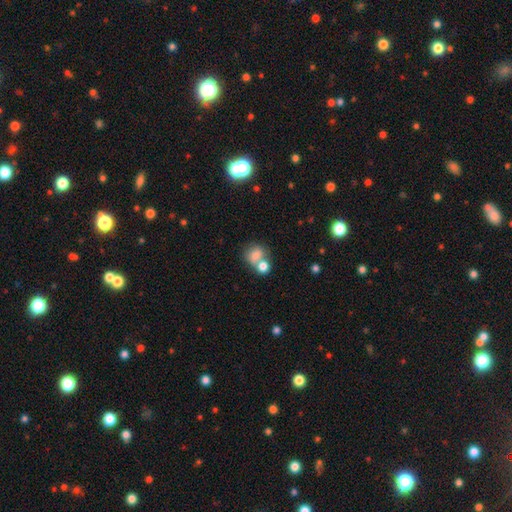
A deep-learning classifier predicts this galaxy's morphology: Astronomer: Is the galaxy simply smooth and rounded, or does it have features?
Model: smooth — 76%.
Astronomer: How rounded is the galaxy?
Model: round — 65%.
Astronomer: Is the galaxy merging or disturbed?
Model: merger — 49% (runner-up: none, 36%).